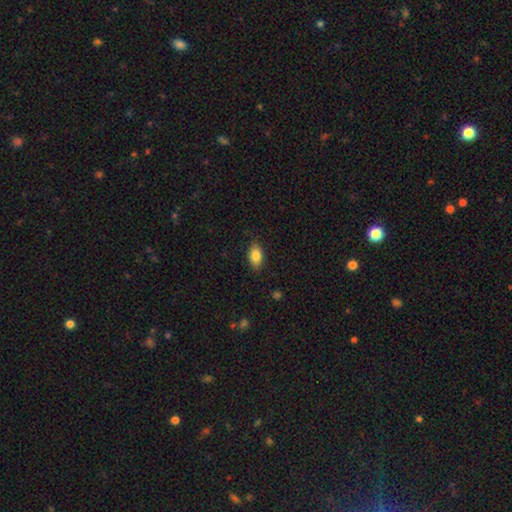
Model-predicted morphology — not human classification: A smooth galaxy with no disk features (85%) that is in between round and cigar-shaped (90%).

Vote fractions:
- Smooth or featured? smooth: 85% / featured or disk: 8% / star or artifact: 8%
- How rounded? in between: 90% / round: 7% / cigar-shaped: 3%
- Merging? none: 86% / minor disturbance: 11% / major disturbance: 2% / merger: 1%